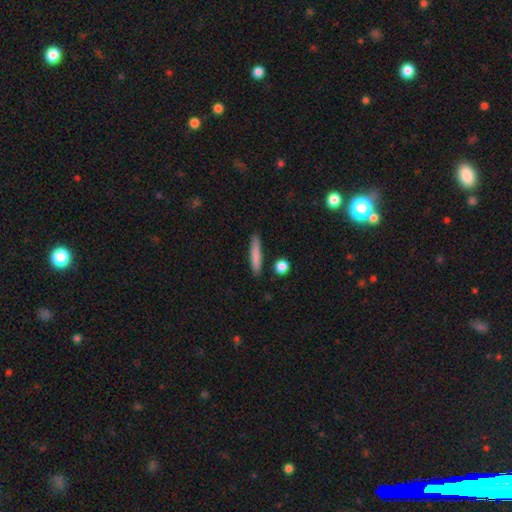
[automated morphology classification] type=smooth (79%); roundness=cigar-shaped (91%); merging=none (86%).